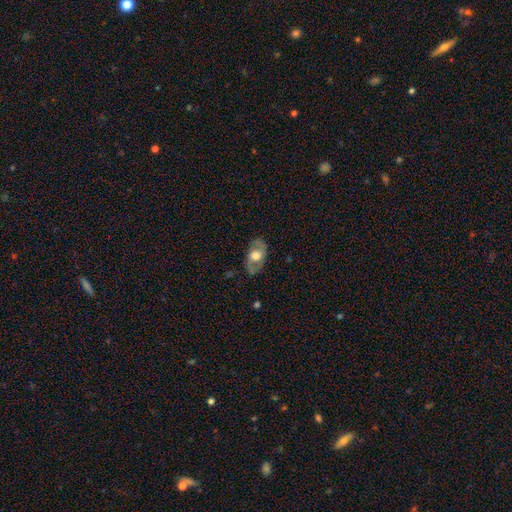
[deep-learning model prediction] This appears to be a featured or disk galaxy (56%). Merging: none (80%).